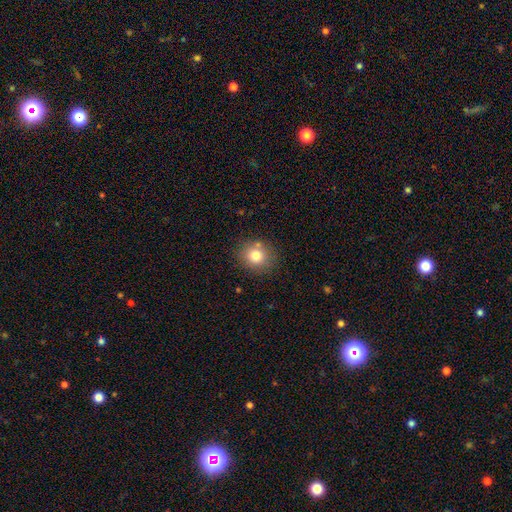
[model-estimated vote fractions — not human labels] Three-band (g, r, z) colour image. It shows a smooth galaxy with no disk features (78%) that is round (78%). Merging: none (80%).